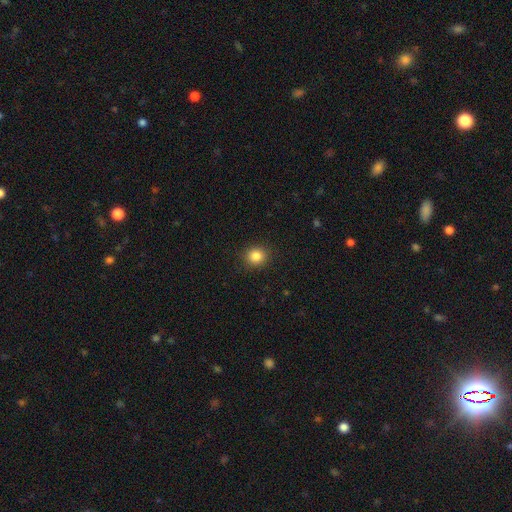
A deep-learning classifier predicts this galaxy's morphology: Smooth or featured? Predicted: smooth (p=0.85). How rounded? Predicted: round (p=0.83). Merging? Predicted: none (p=0.90).